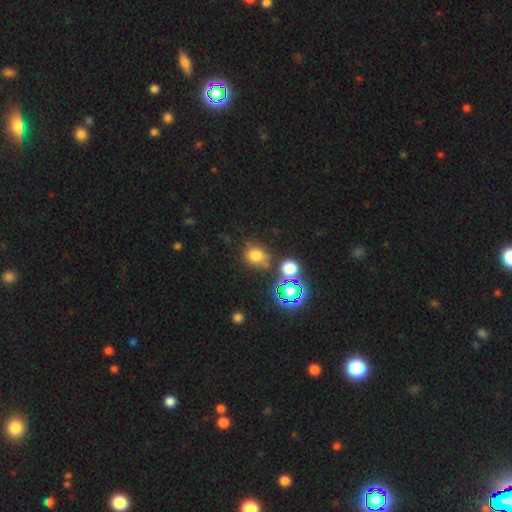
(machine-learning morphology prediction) Overall: smooth (64%; star or artifact 25%). How rounded: round (68%; in between 31%). Merging: none (64%).